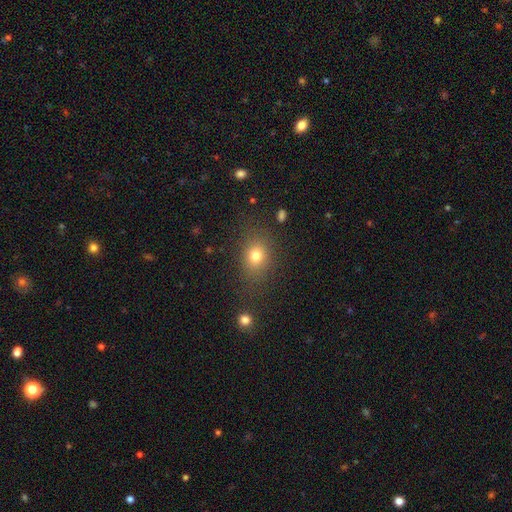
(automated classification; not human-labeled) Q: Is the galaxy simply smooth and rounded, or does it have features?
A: smooth — 76%.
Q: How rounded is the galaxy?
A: in between — 50%.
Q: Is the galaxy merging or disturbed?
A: none — 80%.